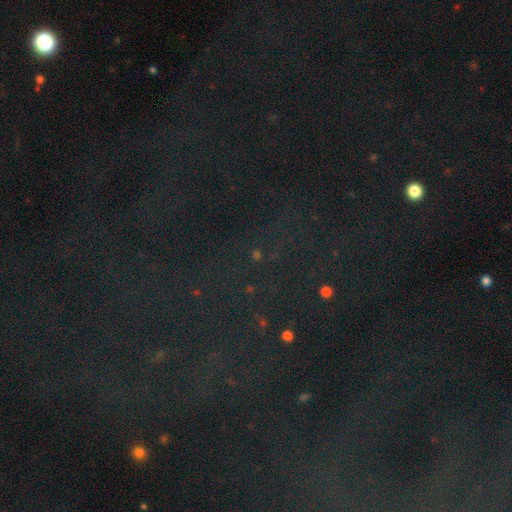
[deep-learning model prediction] Q: Smooth or featured?
A: star or artifact (81%); runner-up: smooth (11%)